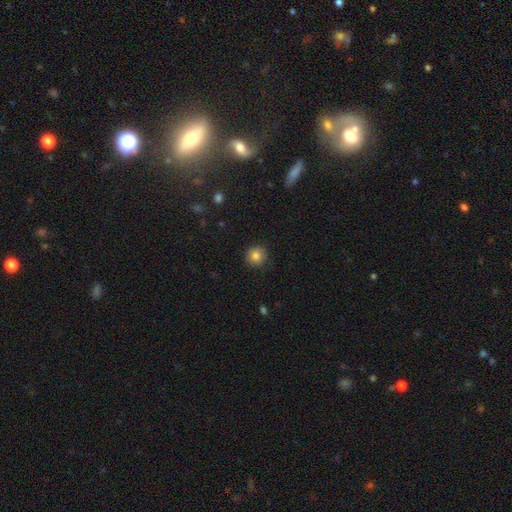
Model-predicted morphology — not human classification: type=smooth (83%); roundness=round (94%); merging=none (90%).